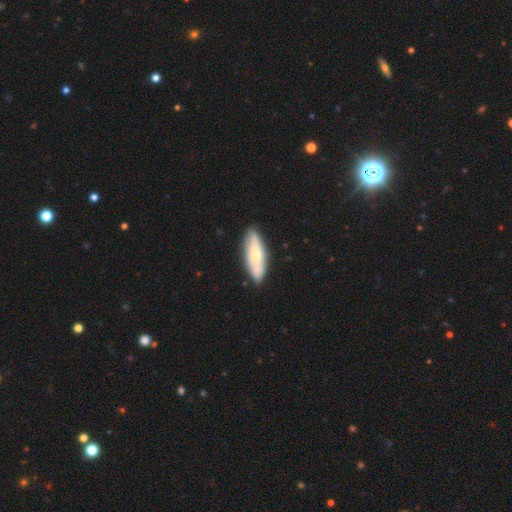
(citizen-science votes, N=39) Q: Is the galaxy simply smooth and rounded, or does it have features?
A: smooth — 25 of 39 (64%).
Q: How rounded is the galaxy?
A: cigar-shaped — 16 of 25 (64%).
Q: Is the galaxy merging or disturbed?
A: none — 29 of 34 (85%).